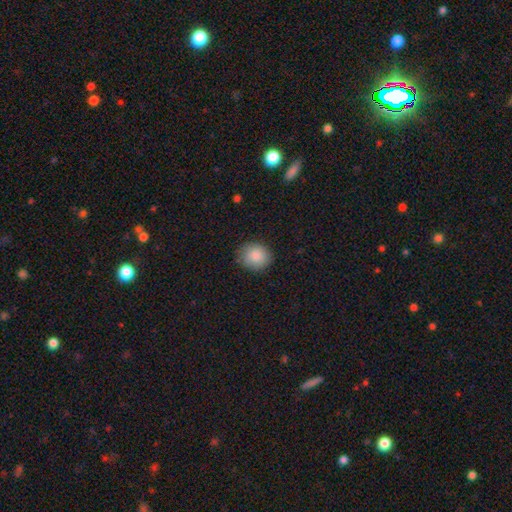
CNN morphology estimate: Q: Smooth or featured?
A: smooth (87%); runner-up: star or artifact (8%)
Q: How rounded?
A: round (76%); runner-up: in between (23%)
Q: Merging?
A: none (84%); runner-up: minor disturbance (12%)